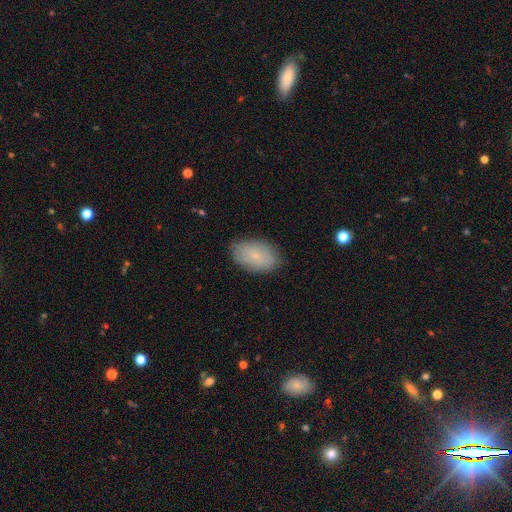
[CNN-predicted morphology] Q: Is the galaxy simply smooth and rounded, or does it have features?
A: smooth — 76%.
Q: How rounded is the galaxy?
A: in between — 91%.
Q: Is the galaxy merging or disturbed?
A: none — 82%.